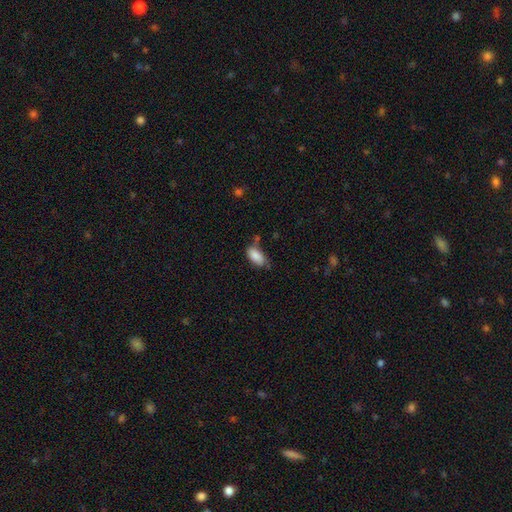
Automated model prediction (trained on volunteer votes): Morphology: type=smooth (86%); roundness=in between (92%); merging=none (55%).